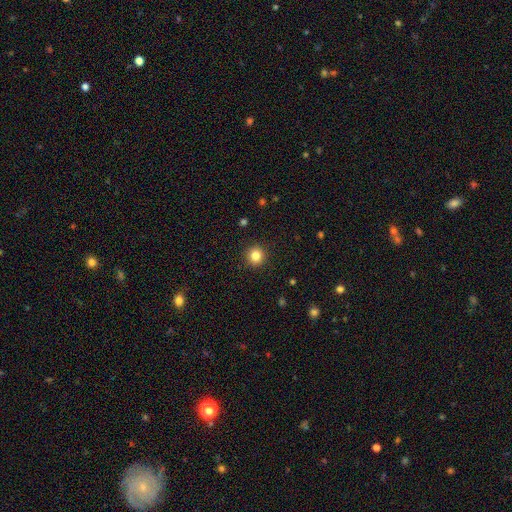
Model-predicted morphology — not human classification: This is clearly a smooth galaxy (84%). How rounded: clearly round (93%). Merging: clearly none (93%).